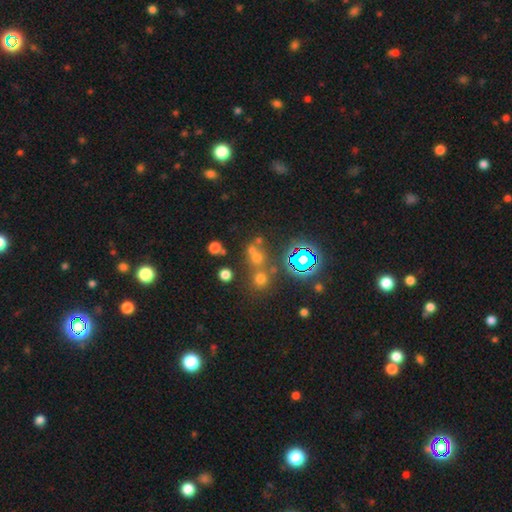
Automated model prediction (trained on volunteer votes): This appears to be a smooth galaxy with no disk features (51%) that is round (79%). Merging: none (52%).